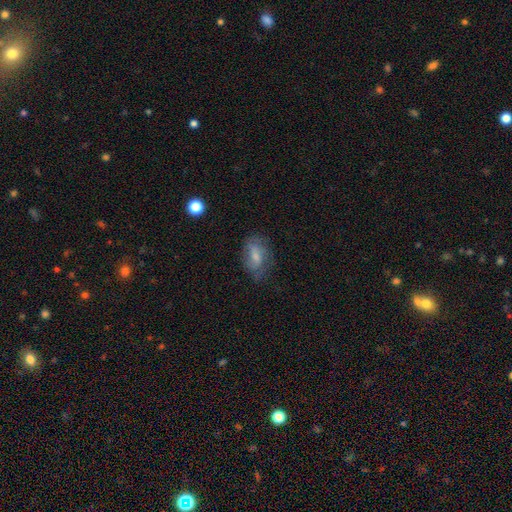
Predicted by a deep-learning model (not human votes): smooth 55%, featured or disk 37%, star or artifact 9%. Down the decision tree: how rounded — in between (84%); merging — none (61%).